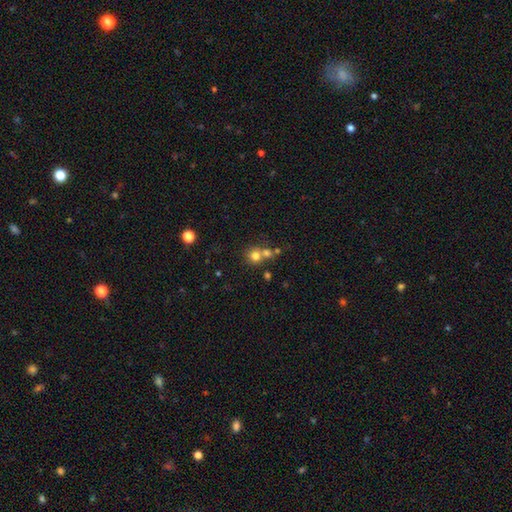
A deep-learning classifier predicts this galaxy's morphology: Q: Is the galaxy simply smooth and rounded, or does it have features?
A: smooth — 73%.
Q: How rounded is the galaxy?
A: round — 86%.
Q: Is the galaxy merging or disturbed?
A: none — 45%.